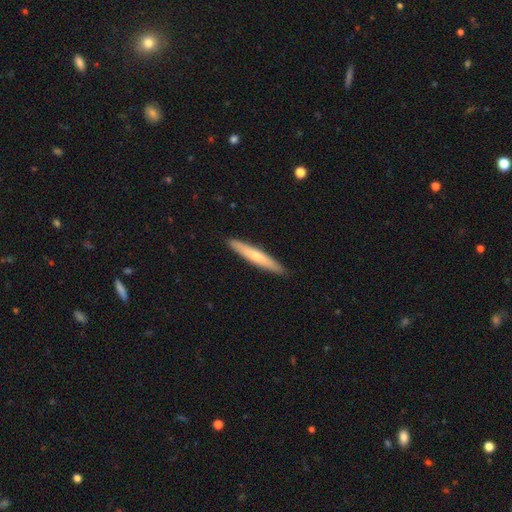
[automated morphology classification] Smooth or featured? Predicted: smooth (p=0.58). How rounded? Predicted: cigar-shaped (p=0.94). Merging? Predicted: none (p=0.91).